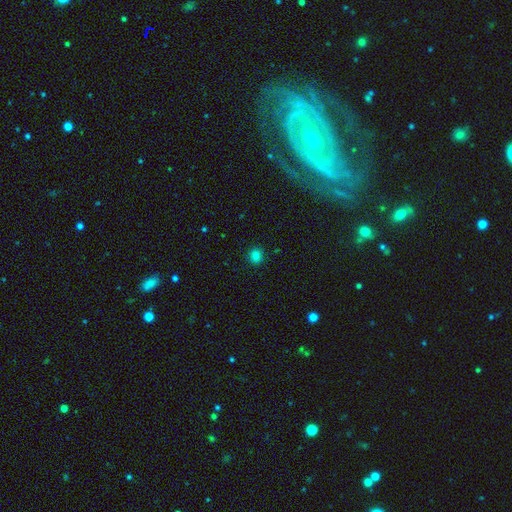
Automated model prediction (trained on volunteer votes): Morphology: type=smooth (81%); roundness=round (83%); merging=none (91%).